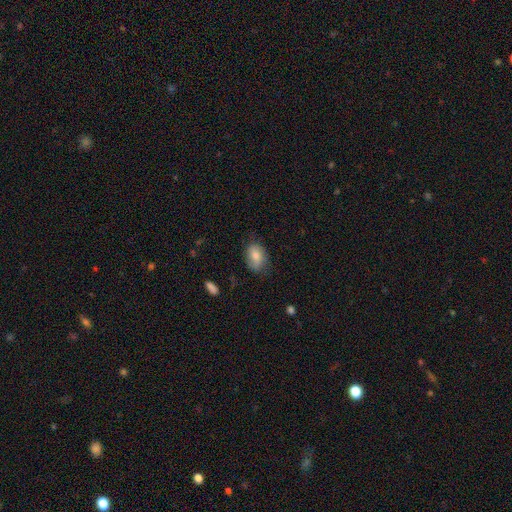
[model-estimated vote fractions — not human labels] Morphology: type=smooth (79%); roundness=in between (84%); merging=none (68%).